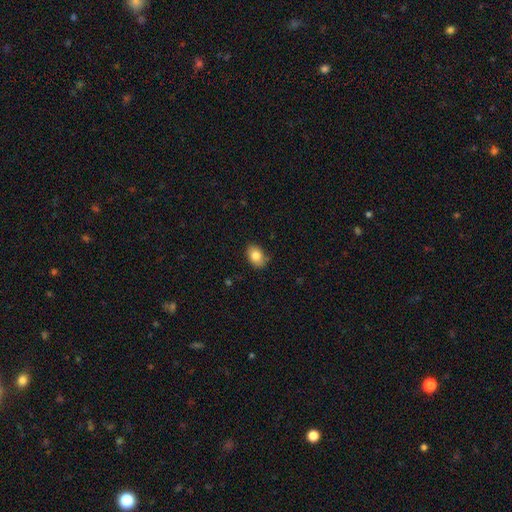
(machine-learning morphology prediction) type=smooth (83%); roundness=in between (79%); merging=none (80%).